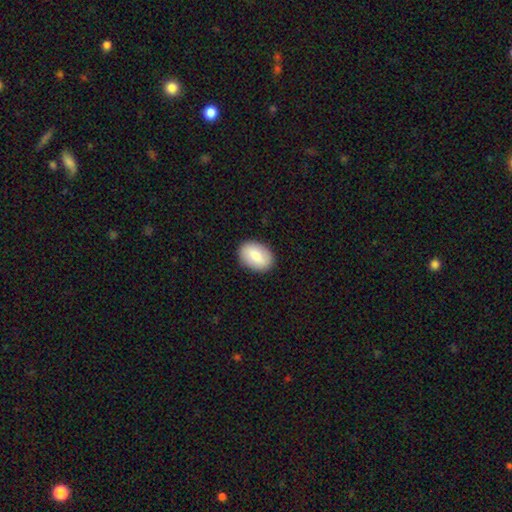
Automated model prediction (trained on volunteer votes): Overall: smooth (84%). How rounded: in between (85%). Merging: none (89%).